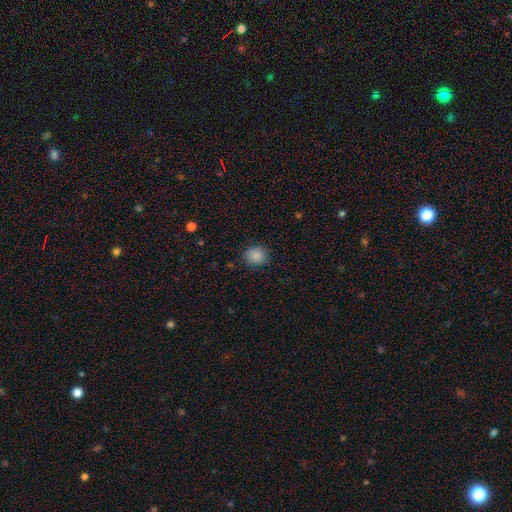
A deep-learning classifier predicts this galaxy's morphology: smooth-or-featured: smooth: 86% | star or artifact: 9% | featured or disk: 4%
  how-rounded: round: 83% | in between: 16% | cigar-shaped: 1%
  merging: none: 85% | minor disturbance: 11% | major disturbance: 3% | merger: 1%